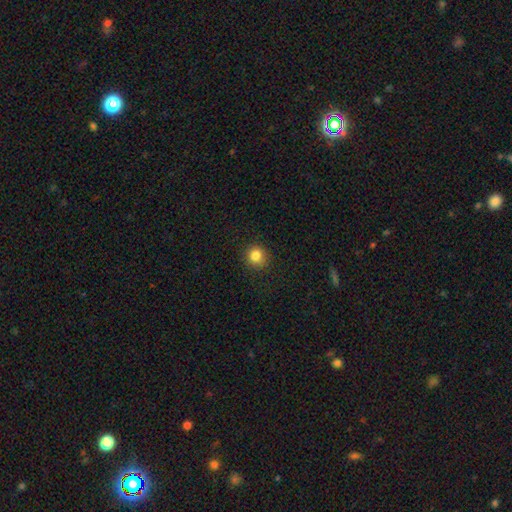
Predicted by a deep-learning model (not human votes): Overall: smooth (84%). How rounded: round (90%). Merging: none (90%).